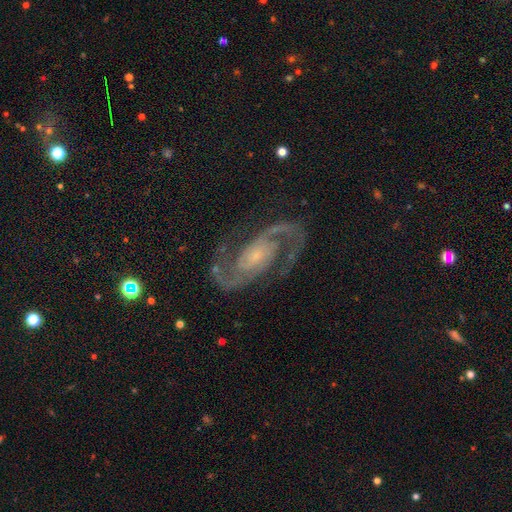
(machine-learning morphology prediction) Smooth or featured: featured or disk — 93% (star or artifact — 5%)
Edge-on disk: no — 98% (yes — 2%)
Bar: no — 53% (weak — 33%)
Spiral arms: yes — 98% (no — 2%)
Spiral winding: medium — 62% (tight — 23%)
Spiral arm count: 2 — 94% (can't tell — 1%)
Bulge size: small — 60% (moderate — 27%)
Merging: none — 81% (minor disturbance — 12%)